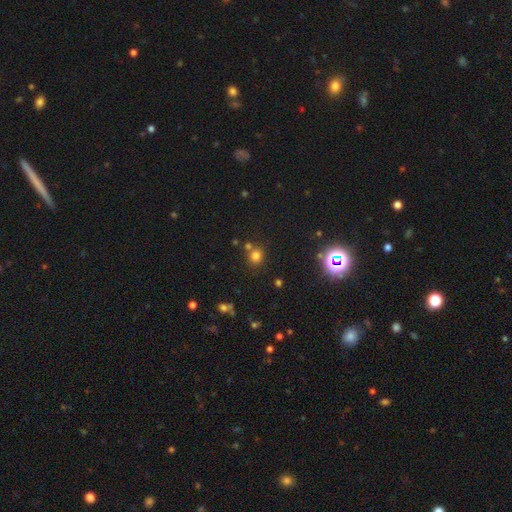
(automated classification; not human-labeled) Smooth or featured? Predicted: smooth (p=0.73). How rounded? Predicted: round (p=0.81). Merging? Predicted: none (p=0.69).